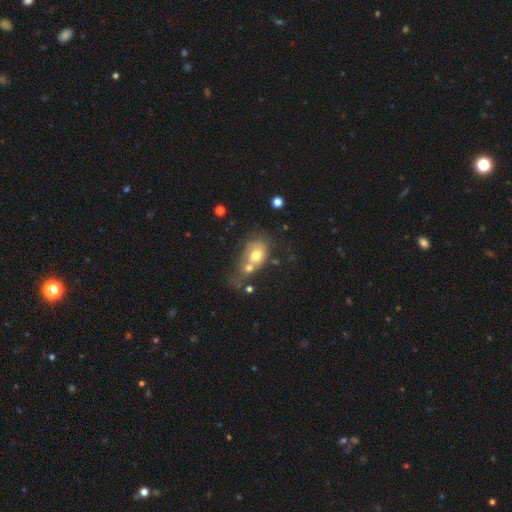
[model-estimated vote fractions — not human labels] The model was most divided on "how rounded": in between: 57%, round: 41%, cigar-shaped: 2%. More confident: smooth or featured — smooth (63%); merging — merger (61%).